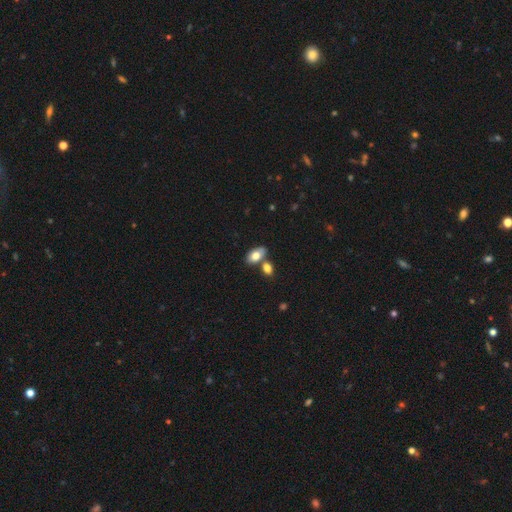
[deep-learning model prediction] This is likely a smooth galaxy (76%). How rounded: clearly in between (91%). Merging: possibly none (57%).